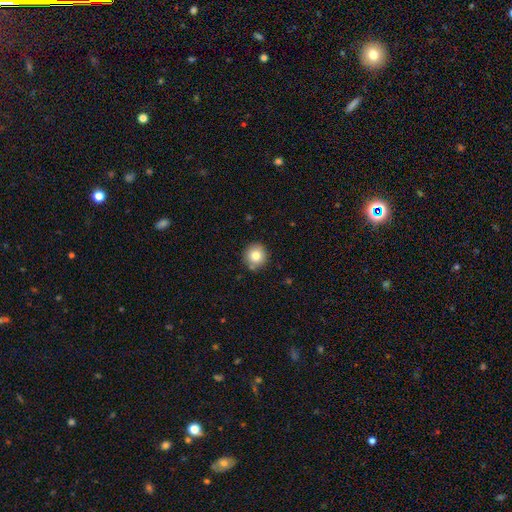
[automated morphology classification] Smooth or featured?
  - smooth: 81% *
  - star or artifact: 10%
  - featured or disk: 9%
How rounded?
  - round: 93% *
  - in between: 6%
  - cigar-shaped: 1%
Merging?
  - none: 84% *
  - minor disturbance: 10%
  - merger: 4%
  - major disturbance: 2%